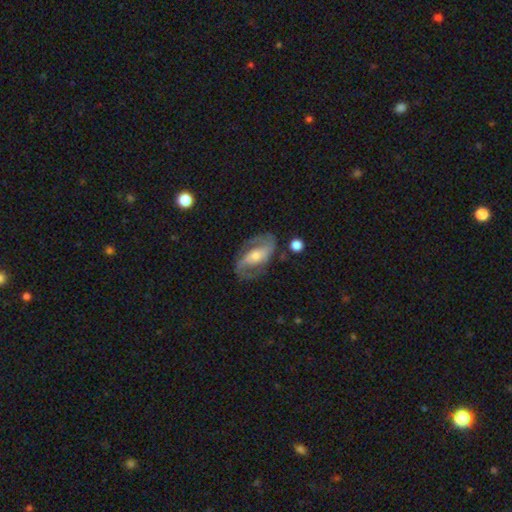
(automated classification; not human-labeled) Q: Smooth or featured?
A: featured or disk (85%); runner-up: smooth (10%)
Q: Edge-on disk?
A: no (96%); runner-up: yes (4%)
Q: Bar?
A: strong (40%); runner-up: weak (34%)
Q: Spiral arms?
A: yes (94%); runner-up: no (6%)
Q: Spiral winding?
A: medium (51%); runner-up: tight (26%)
Q: Spiral arm count?
A: 2 (90%); runner-up: can't tell (4%)
Q: Bulge size?
A: moderate (49%); runner-up: small (44%)
Q: Merging?
A: none (78%); runner-up: minor disturbance (13%)